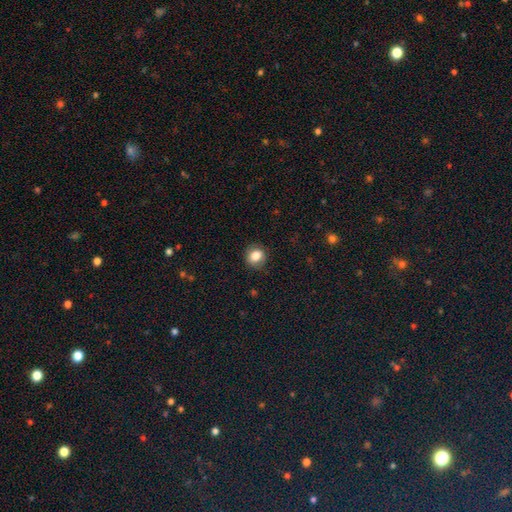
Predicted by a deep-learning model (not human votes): This is clearly a smooth galaxy (83%). How rounded: likely round (73%). Merging: clearly none (86%).